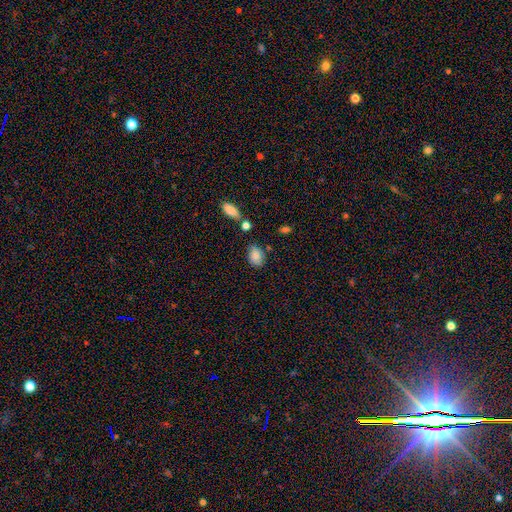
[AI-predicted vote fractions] smooth-or-featured: smooth: 84% | star or artifact: 9% | featured or disk: 8%
  how-rounded: in between: 80% | round: 19% | cigar-shaped: 2%
  merging: none: 72% | minor disturbance: 17% | merger: 7% | major disturbance: 4%